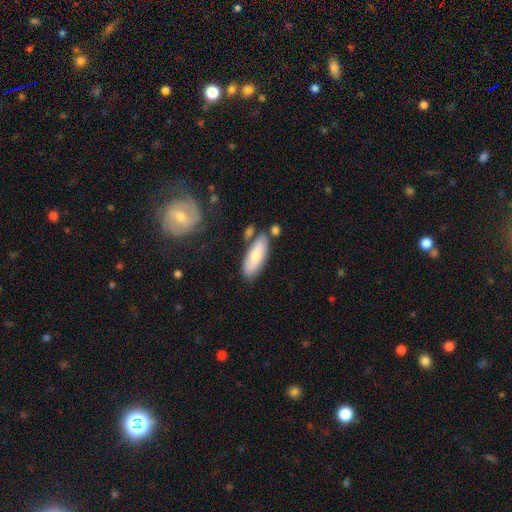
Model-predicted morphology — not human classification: Smooth or featured? Predicted: smooth (p=0.68). How rounded? Predicted: in between (p=0.68). Merging? Predicted: none (p=0.71).